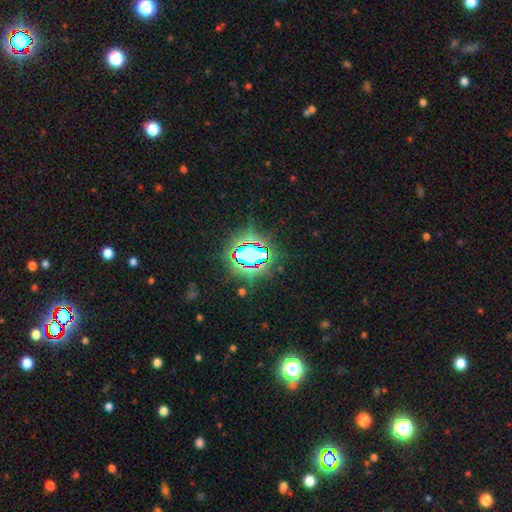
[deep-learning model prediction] A star or artifact, not a galaxy (82%).